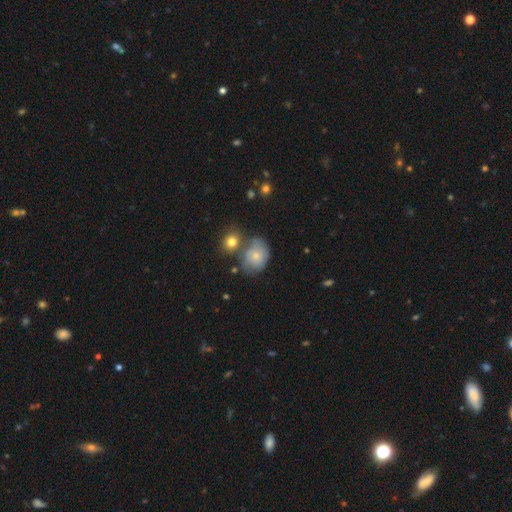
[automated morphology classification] A smooth galaxy with no disk features (60%) that is in between round and cigar-shaped (51%).

Vote fractions:
- Smooth or featured? smooth: 60% / featured or disk: 30% / star or artifact: 9%
- How rounded? in between: 51% / round: 48% / cigar-shaped: 1%
- Merging? none: 45% / minor disturbance: 24% / merger: 21% / major disturbance: 10%